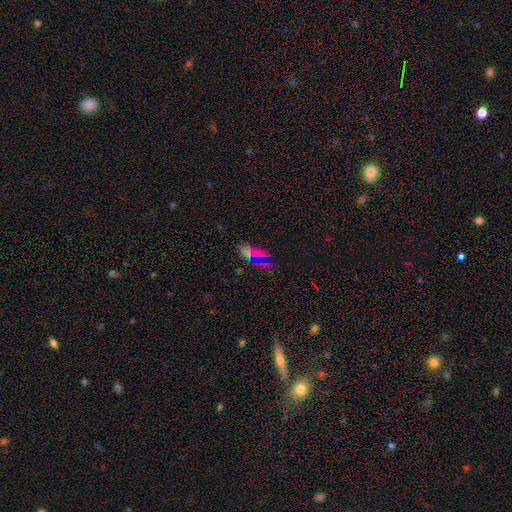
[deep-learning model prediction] Morphology: type=smooth (54%); roundness=in between (73%); merging=none (64%).